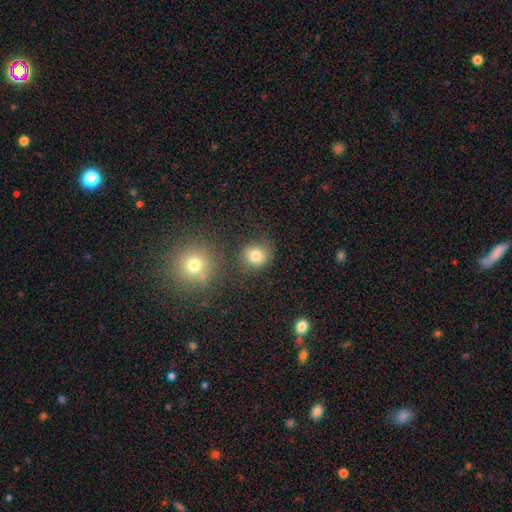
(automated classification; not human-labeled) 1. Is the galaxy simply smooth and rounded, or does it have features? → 79% smooth, 12% star or artifact, 9% featured or disk.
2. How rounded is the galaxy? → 81% round, 18% in between, 1% cigar-shaped.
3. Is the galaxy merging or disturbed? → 73% none, 14% minor disturbance, 8% merger, 5% major disturbance.